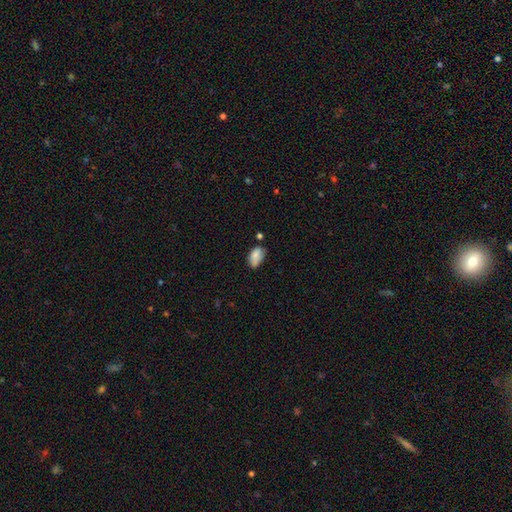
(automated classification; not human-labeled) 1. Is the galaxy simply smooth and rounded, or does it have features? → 81% smooth, 11% featured or disk, 8% star or artifact.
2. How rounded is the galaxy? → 92% in between, 6% round, 2% cigar-shaped.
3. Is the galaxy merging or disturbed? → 54% none, 33% minor disturbance, 7% major disturbance, 6% merger.